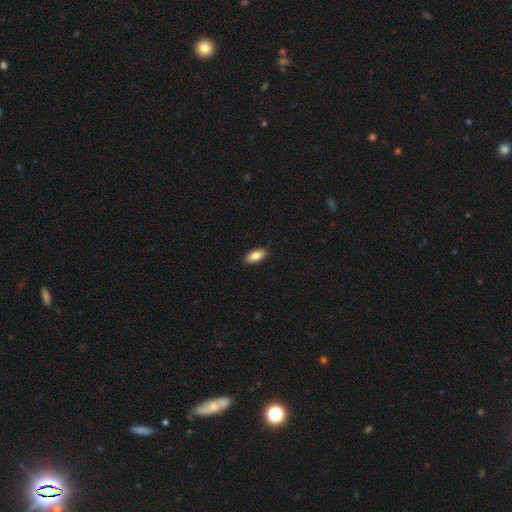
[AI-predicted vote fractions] Overall: smooth (85%). How rounded: in between (89%). Merging: none (90%).